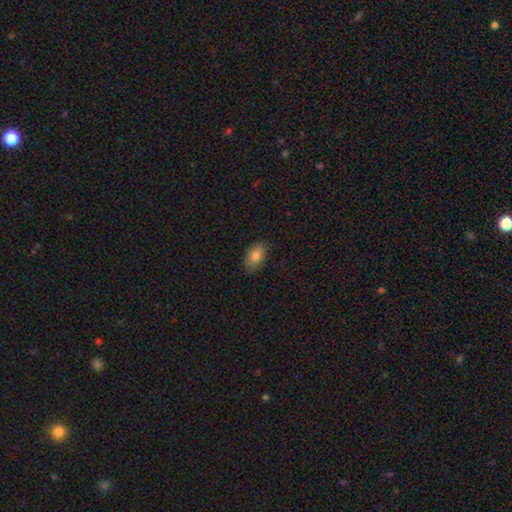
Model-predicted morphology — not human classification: Overall: smooth (83%). How rounded: in between (91%). Merging: none (81%).